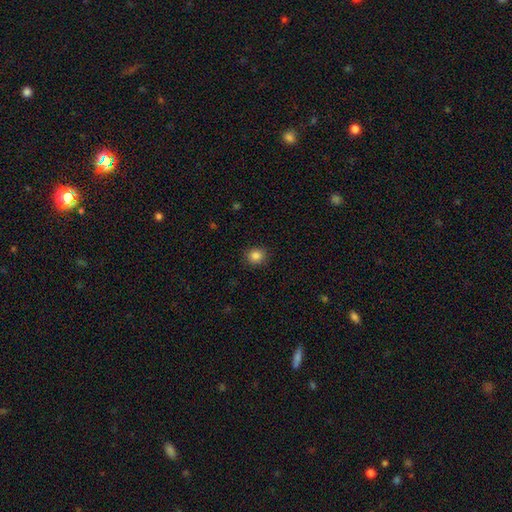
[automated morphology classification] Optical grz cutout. It shows a smooth galaxy with no disk features (85%) that is round (83%). Merging: none (89%).